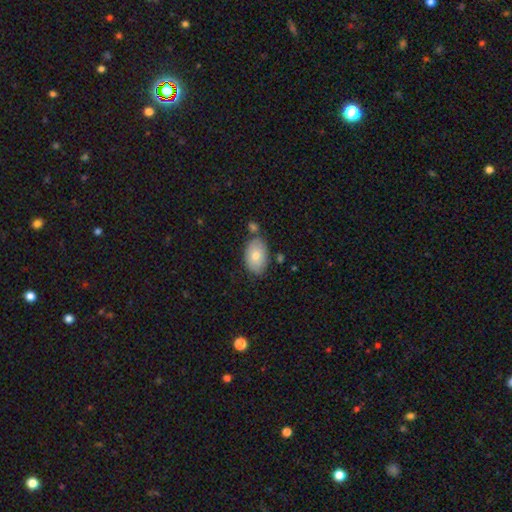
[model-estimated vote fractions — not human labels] Smooth or featured? Predicted: smooth (p=0.75). How rounded? Predicted: in between (p=0.90). Merging? Predicted: none (p=0.74).